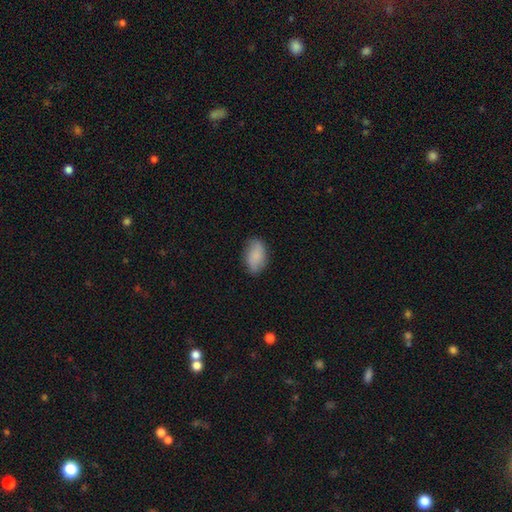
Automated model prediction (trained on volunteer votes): smooth-or-featured: smooth: 82% | featured or disk: 10% | star or artifact: 7%
  how-rounded: in between: 92% | round: 6% | cigar-shaped: 2%
  merging: none: 78% | minor disturbance: 17% | major disturbance: 4% | merger: 1%